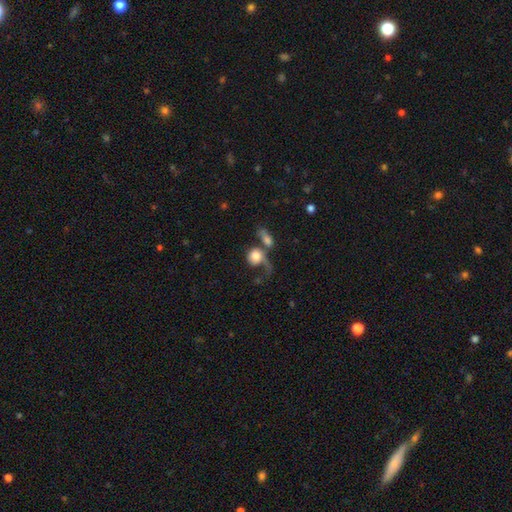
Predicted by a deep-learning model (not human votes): Smooth or featured? smooth (62%)
How rounded? round (73%)
Merging? merger (39%)